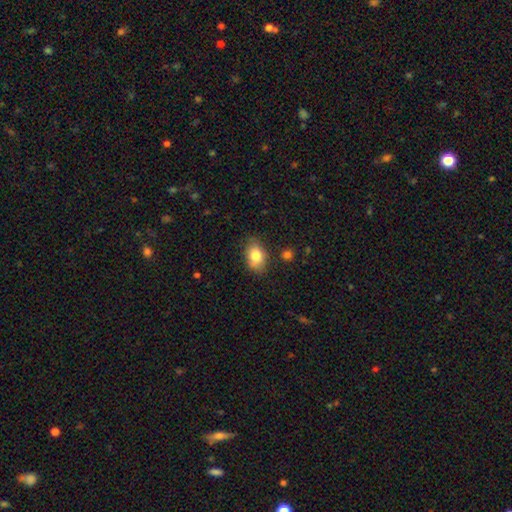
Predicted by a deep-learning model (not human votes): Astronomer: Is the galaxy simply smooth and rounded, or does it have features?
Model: smooth — 81%.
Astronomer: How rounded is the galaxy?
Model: in between — 84%.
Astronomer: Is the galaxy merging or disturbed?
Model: none — 74%.